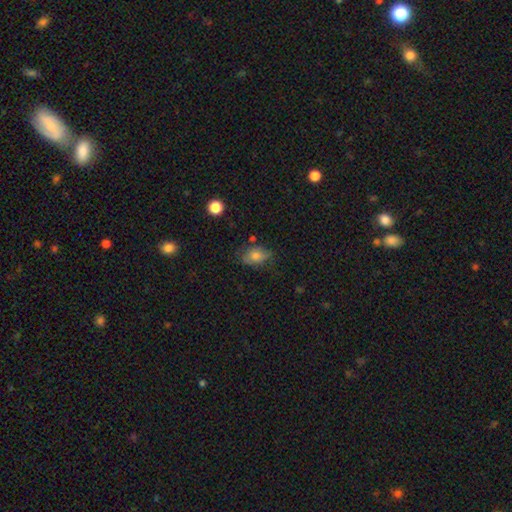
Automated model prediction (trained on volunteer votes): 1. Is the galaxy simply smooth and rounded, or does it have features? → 75% smooth, 15% featured or disk, 10% star or artifact.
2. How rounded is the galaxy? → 80% in between, 18% round, 2% cigar-shaped.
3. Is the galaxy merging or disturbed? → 64% none, 26% minor disturbance, 6% major disturbance, 3% merger.